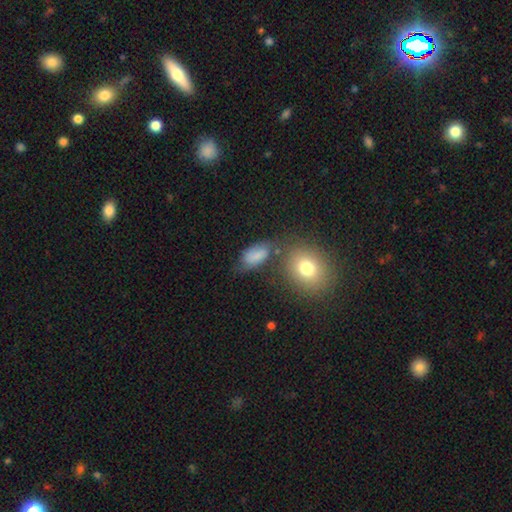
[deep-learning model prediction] smooth 71%, featured or disk 17%, star or artifact 11%. Down the decision tree: how rounded — in between (87%); merging — none (48%).